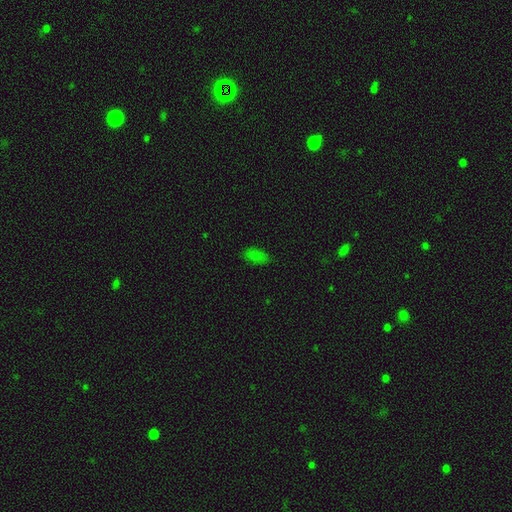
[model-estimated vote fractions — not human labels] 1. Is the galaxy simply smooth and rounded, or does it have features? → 79% smooth, 15% star or artifact, 6% featured or disk.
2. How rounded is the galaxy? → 91% in between, 5% round, 4% cigar-shaped.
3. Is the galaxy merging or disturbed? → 81% none, 14% minor disturbance, 3% major disturbance, 1% merger.